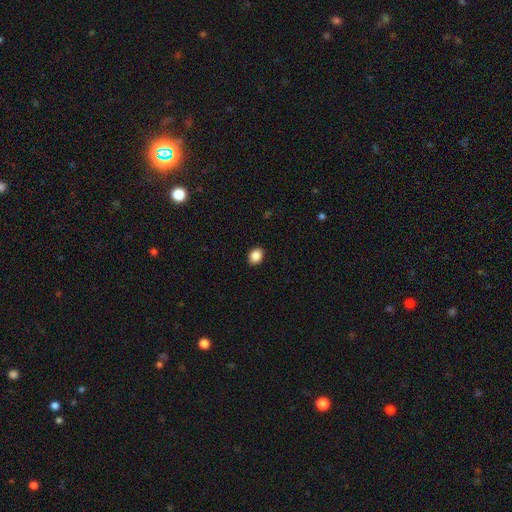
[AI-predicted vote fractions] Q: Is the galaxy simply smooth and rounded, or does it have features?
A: smooth — 88%.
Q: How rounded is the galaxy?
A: in between — 52%.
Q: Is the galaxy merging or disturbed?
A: none — 91%.